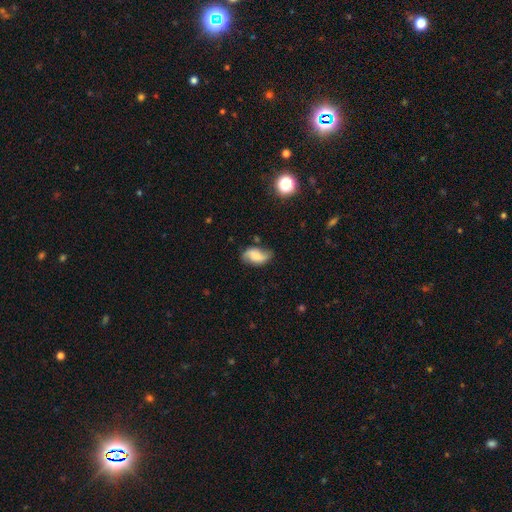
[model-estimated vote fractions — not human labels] smooth_or_featured: smooth (p=0.54) [alt: featured or disk p=0.36]
how_rounded: in between (p=0.89) [alt: round p=0.08]
merging: none (p=0.55) [alt: minor disturbance p=0.31]